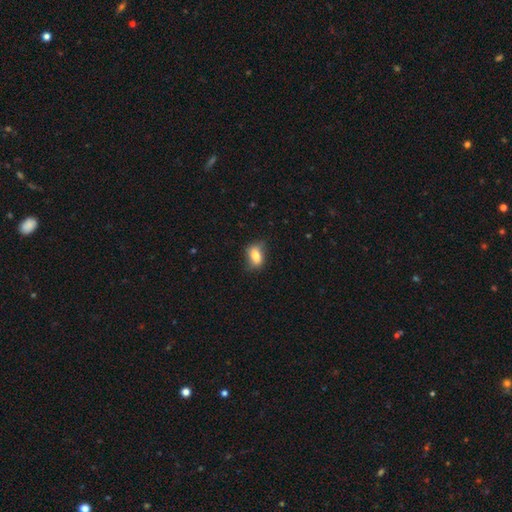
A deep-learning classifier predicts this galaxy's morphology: smooth-or-featured: smooth: 71% | featured or disk: 20% | star or artifact: 9%
  how-rounded: in between: 79% | round: 16% | cigar-shaped: 6%
  merging: none: 68% | minor disturbance: 24% | major disturbance: 6% | merger: 2%